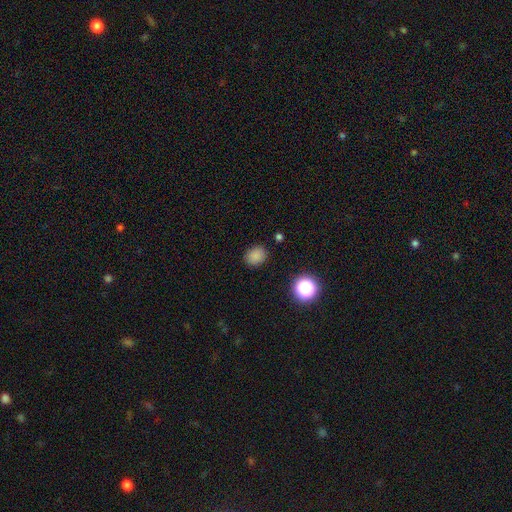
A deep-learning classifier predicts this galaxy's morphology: Overall: smooth (82%). How rounded: round (54%; in between 46%). Merging: none (85%).